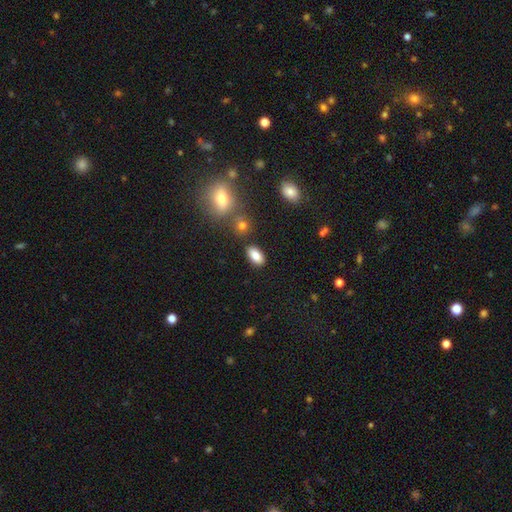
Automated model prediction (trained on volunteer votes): Smooth or featured? smooth (84%)
How rounded? in between (91%)
Merging? none (84%)